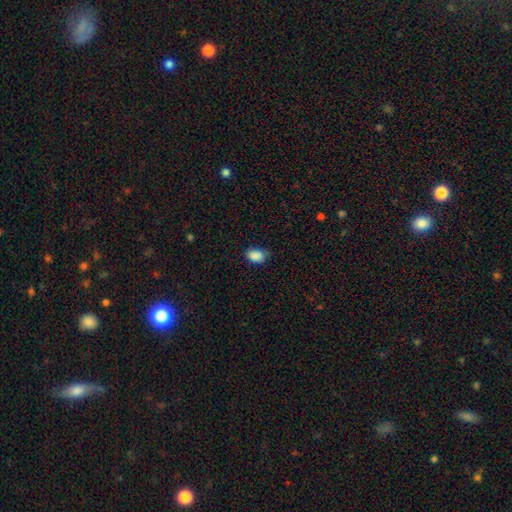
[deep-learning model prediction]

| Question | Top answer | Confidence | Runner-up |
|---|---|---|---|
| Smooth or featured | smooth | 88% | star or artifact (8%) |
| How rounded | in between | 83% | round (15%) |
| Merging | none | 71% | minor disturbance (24%) |